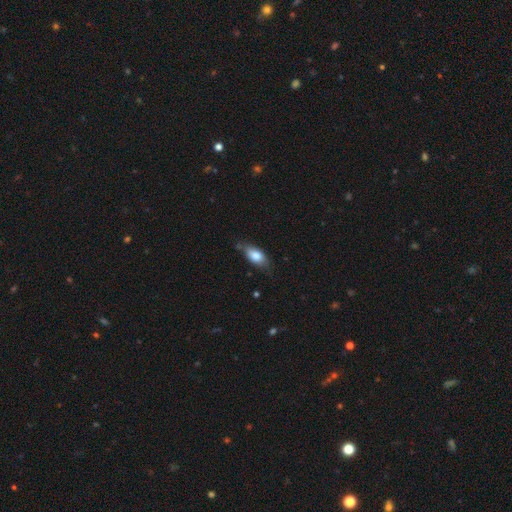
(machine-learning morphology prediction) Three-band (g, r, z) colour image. It shows a smooth galaxy with no disk features (77%) that is in between round and cigar-shaped (85%). Merging: none (65%).